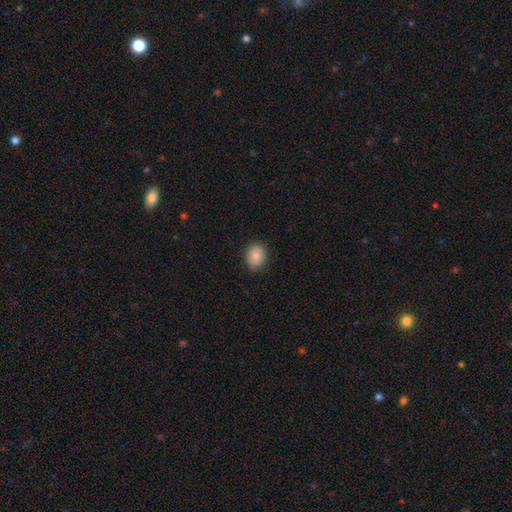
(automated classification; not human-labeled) smooth-or-featured: smooth: 84% | star or artifact: 8% | featured or disk: 8%
  how-rounded: round: 57% | in between: 42% | cigar-shaped: 1%
  merging: none: 79% | minor disturbance: 17% | major disturbance: 3% | merger: 1%